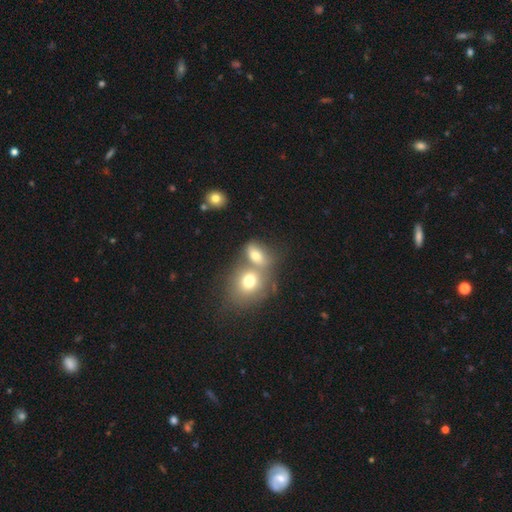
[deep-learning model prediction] A smooth galaxy with no disk features (71%) that is in between round and cigar-shaped (65%). Merging: merger (52%).